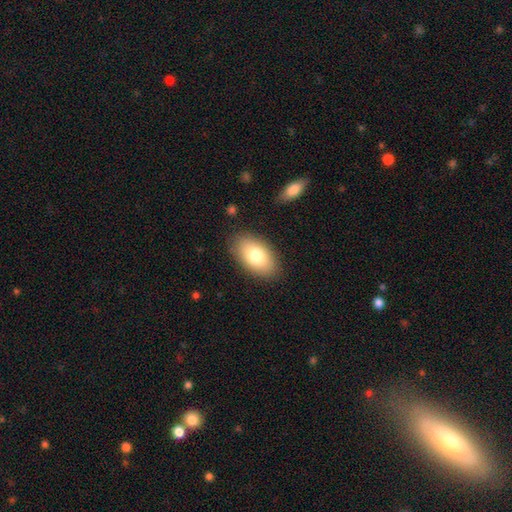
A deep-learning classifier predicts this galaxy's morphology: Smooth or featured? smooth (76%)
How rounded? in between (93%)
Merging? none (86%)